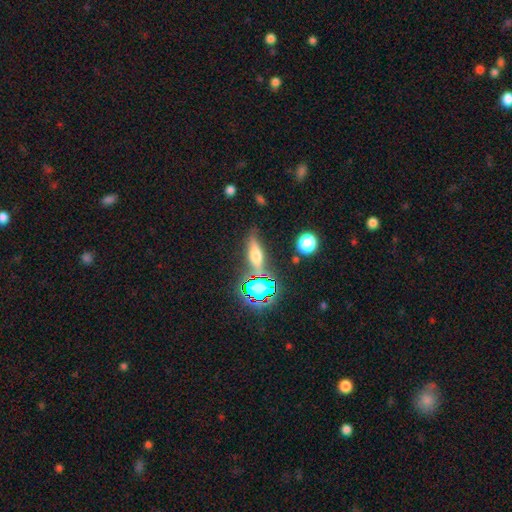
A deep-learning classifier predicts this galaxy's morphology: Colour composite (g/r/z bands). It shows a smooth galaxy with no disk features (40%). Merging: none (77%).